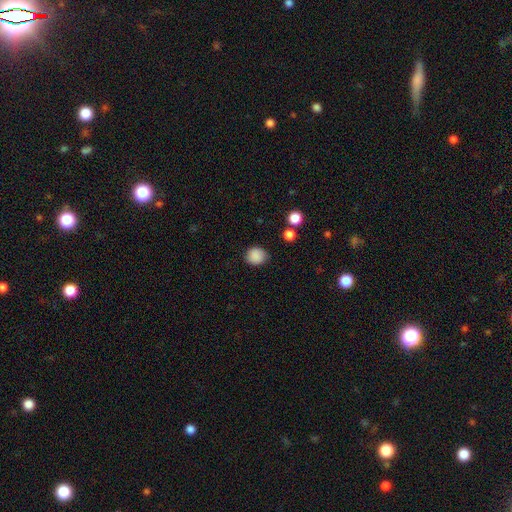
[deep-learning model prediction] smooth-or-featured: smooth: 86% | star or artifact: 10% | featured or disk: 4%
  how-rounded: round: 78% | in between: 21% | cigar-shaped: 1%
  merging: none: 82% | minor disturbance: 13% | major disturbance: 3% | merger: 2%